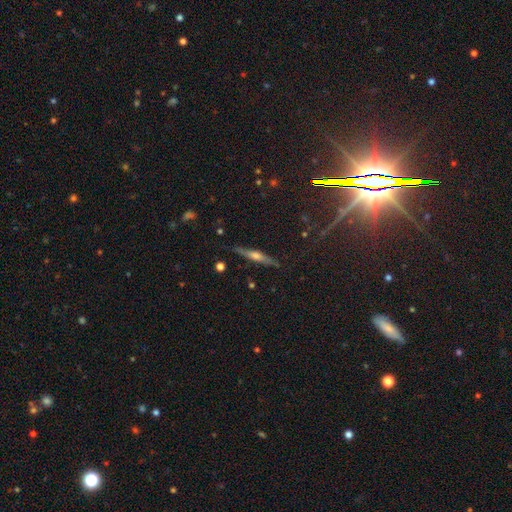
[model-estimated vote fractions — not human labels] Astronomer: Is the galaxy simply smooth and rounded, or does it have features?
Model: featured or disk — 61%.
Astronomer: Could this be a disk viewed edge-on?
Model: yes — 95%.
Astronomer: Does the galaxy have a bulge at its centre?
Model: rounded — 74%.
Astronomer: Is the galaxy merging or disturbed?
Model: none — 85%.